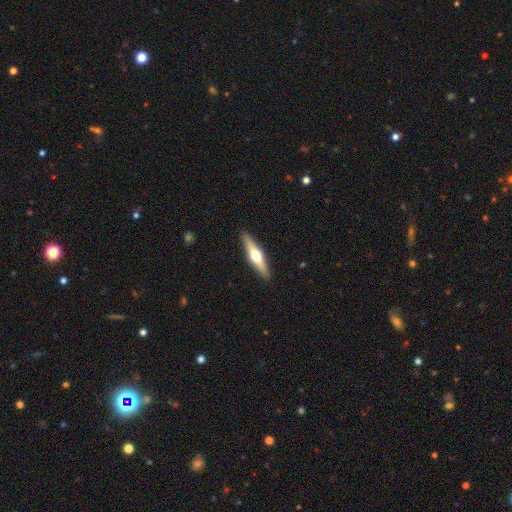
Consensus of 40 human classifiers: Morphology: type=featured or disk (55%); edge-on=yes (95%); edge-on bulge=rounded (86%); merging=none (95%).